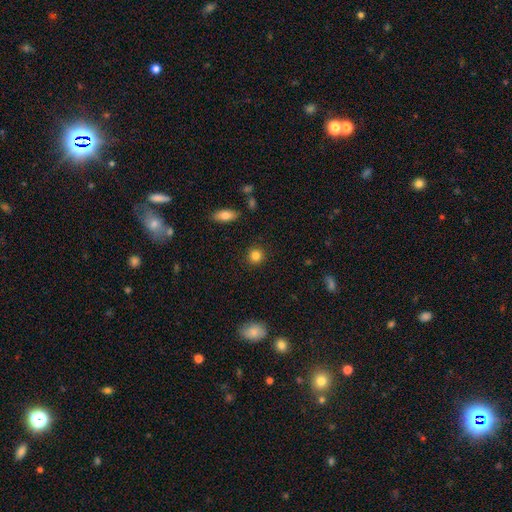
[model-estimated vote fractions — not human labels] This appears to be a smooth galaxy with no disk features (85%) that is round (90%). Merging: none (90%).